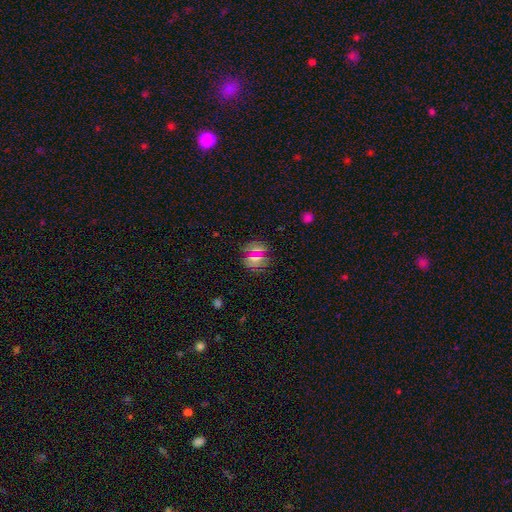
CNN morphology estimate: smooth-or-featured: smooth: 63% | star or artifact: 26% | featured or disk: 11%
  how-rounded: round: 80% | in between: 18% | cigar-shaped: 3%
  merging: none: 81% | minor disturbance: 11% | major disturbance: 4% | merger: 4%